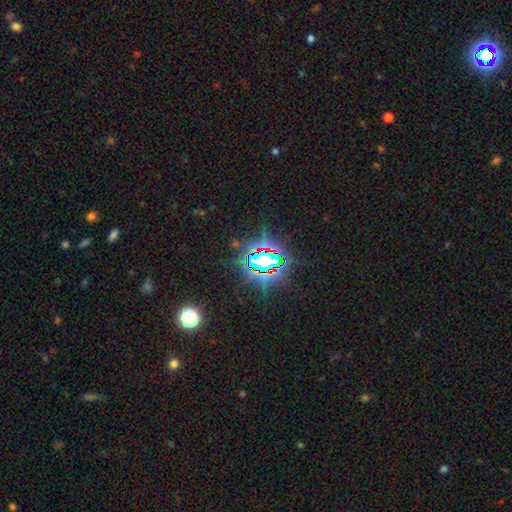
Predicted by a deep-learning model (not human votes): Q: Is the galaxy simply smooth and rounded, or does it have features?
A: star or artifact — 82%.